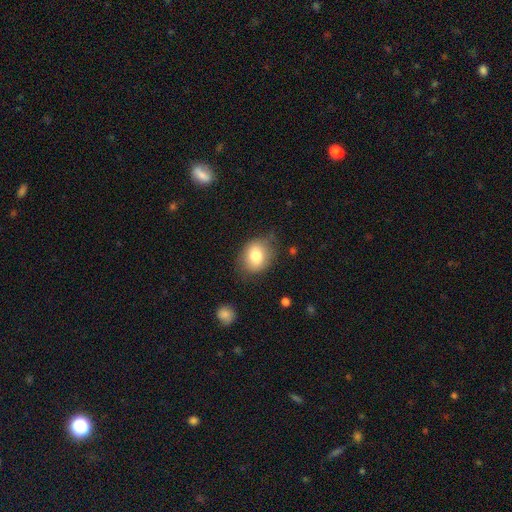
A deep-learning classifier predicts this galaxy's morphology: This is likely a smooth galaxy (79%). How rounded: possibly round (52%). Merging: likely none (72%).